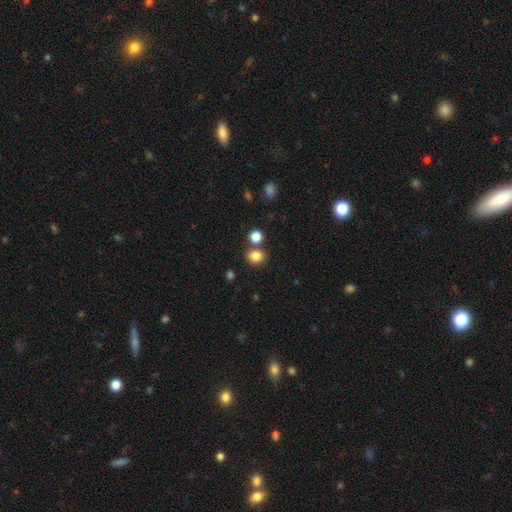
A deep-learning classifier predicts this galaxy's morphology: Smooth or featured: smooth — 83% (star or artifact — 12%)
How rounded: round — 74% (in between — 25%)
Merging: none — 72% (merger — 16%)